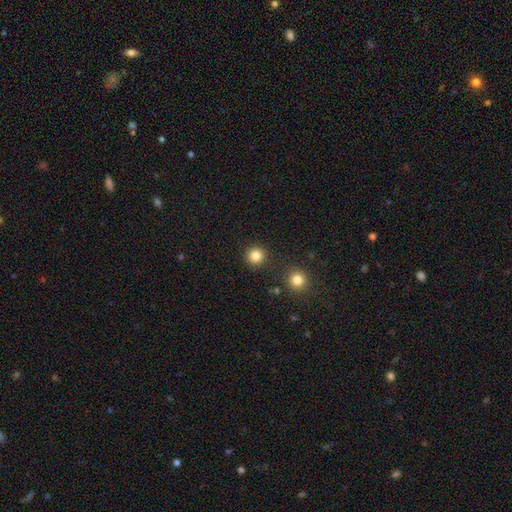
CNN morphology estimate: Smooth or featured? smooth (83%)
How rounded? round (95%)
Merging? none (90%)